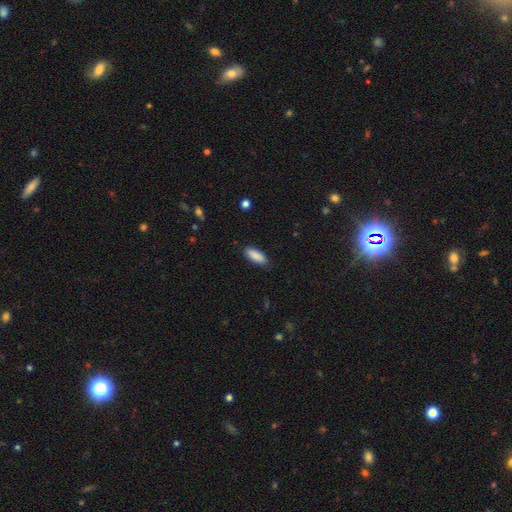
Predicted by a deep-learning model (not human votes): smooth-or-featured: smooth: 89% | star or artifact: 6% | featured or disk: 5%
  how-rounded: in between: 75% | cigar-shaped: 23% | round: 2%
  merging: none: 85% | minor disturbance: 11% | major disturbance: 2% | merger: 1%